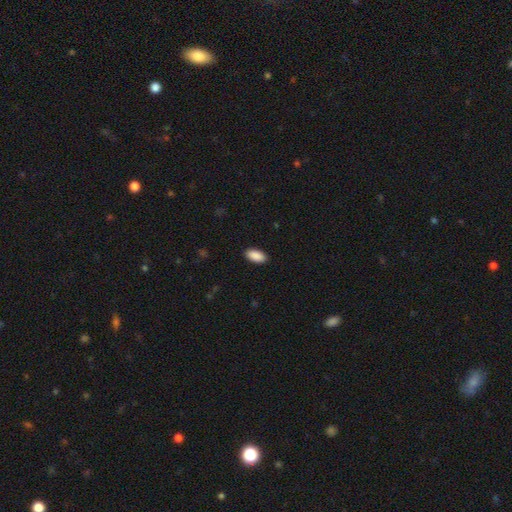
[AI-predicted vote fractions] Q: Smooth or featured?
A: smooth (91%); runner-up: star or artifact (6%)
Q: How rounded?
A: in between (94%); runner-up: cigar-shaped (4%)
Q: Merging?
A: none (90%); runner-up: minor disturbance (7%)